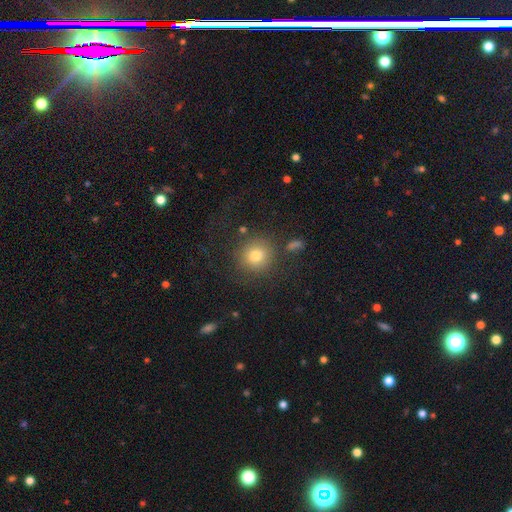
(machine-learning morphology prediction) smooth-or-featured: smooth: 77% | star or artifact: 13% | featured or disk: 10%
  how-rounded: round: 92% | in between: 7% | cigar-shaped: 1%
  merging: none: 81% | minor disturbance: 10% | major disturbance: 6% | merger: 4%